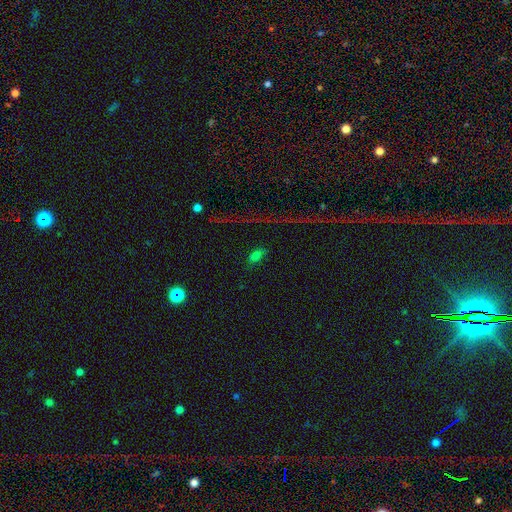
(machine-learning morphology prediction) A smooth galaxy with no disk features (62%) that is in between round and cigar-shaped (86%).

Vote fractions:
- Smooth or featured? smooth: 62% / star or artifact: 27% / featured or disk: 11%
- How rounded? in between: 86% / cigar-shaped: 8% / round: 6%
- Merging? none: 74% / minor disturbance: 15% / major disturbance: 8% / merger: 3%